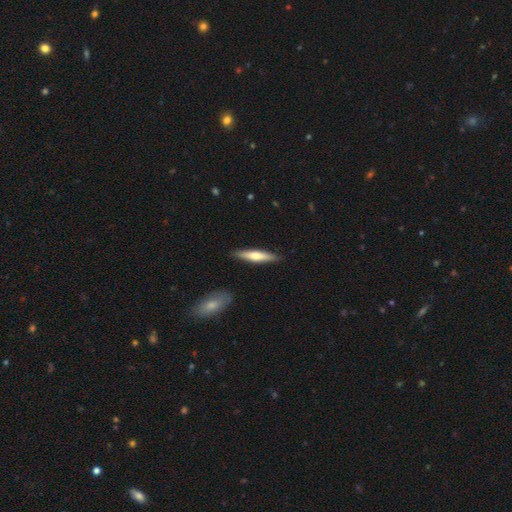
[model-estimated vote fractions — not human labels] The model was most divided on "smooth or featured": smooth: 55%, featured or disk: 39%, star or artifact: 5%. More confident: merging — none (89%); how rounded — cigar-shaped (86%).